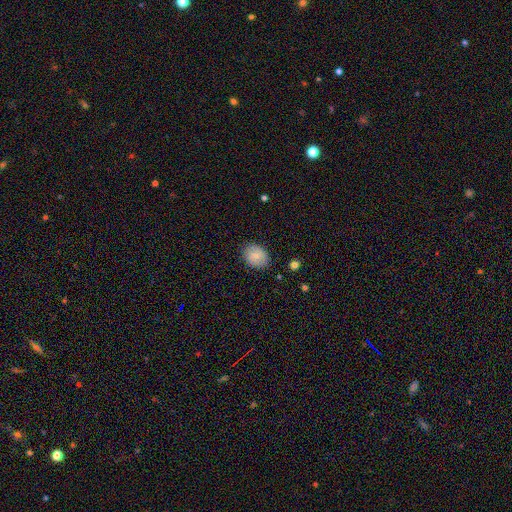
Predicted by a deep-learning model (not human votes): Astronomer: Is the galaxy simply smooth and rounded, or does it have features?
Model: smooth — 67%.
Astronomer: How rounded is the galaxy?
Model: in between — 60% (runner-up: round, 38%).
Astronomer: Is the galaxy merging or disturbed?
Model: none — 83%.